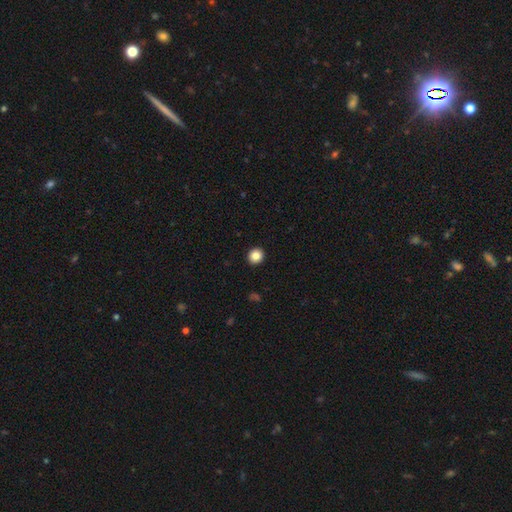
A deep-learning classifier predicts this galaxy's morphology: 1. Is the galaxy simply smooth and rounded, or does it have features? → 86% smooth, 10% star or artifact, 5% featured or disk.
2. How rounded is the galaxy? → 88% round, 11% in between, 1% cigar-shaped.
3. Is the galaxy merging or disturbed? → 93% none, 4% minor disturbance, 1% major disturbance, 1% merger.